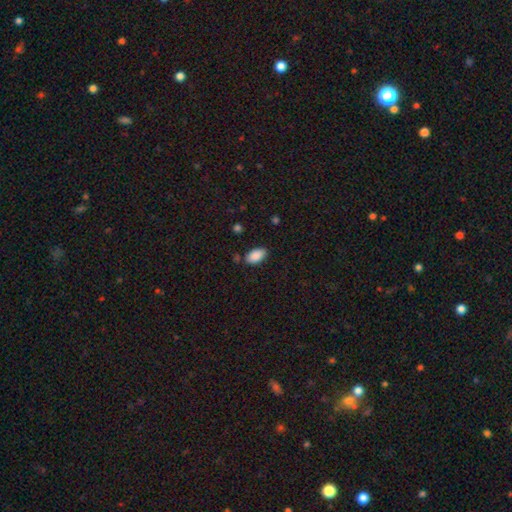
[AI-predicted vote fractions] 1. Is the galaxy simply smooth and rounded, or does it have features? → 89% smooth, 7% star or artifact, 4% featured or disk.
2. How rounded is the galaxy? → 94% in between, 4% round, 2% cigar-shaped.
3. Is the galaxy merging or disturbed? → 79% none, 14% minor disturbance, 3% merger, 3% major disturbance.